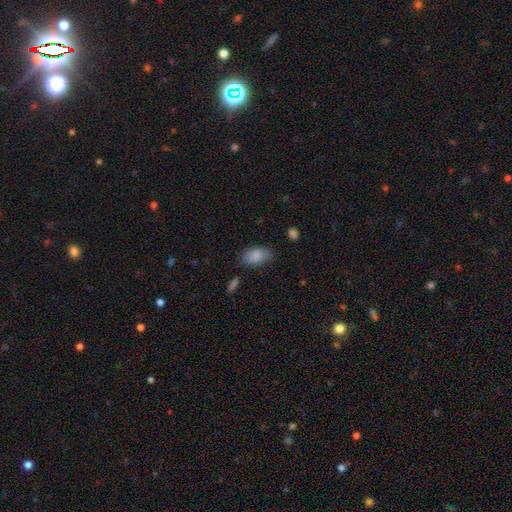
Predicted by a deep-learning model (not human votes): Overall: smooth (85%). How rounded: in between (93%). Merging: none (76%).